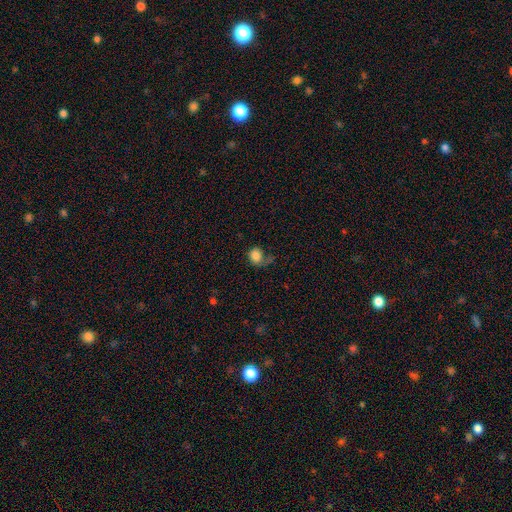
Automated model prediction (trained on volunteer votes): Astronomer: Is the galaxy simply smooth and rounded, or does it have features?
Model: smooth — 78%.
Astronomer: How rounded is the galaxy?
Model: round — 62%.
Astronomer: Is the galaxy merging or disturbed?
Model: none — 36% (runner-up: major disturbance, 34%).